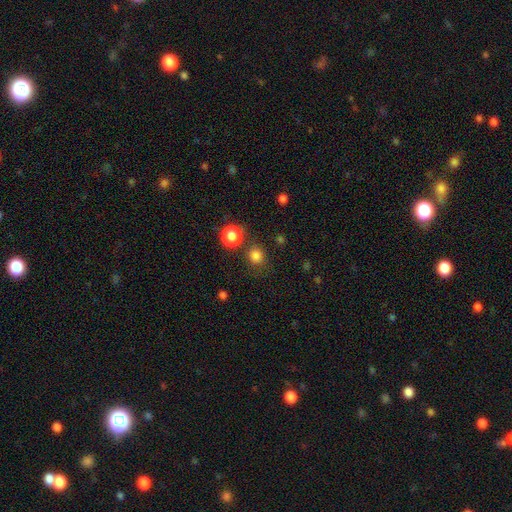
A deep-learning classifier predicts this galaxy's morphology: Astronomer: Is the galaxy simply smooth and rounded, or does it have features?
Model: smooth — 81%.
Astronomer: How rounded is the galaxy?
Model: round — 87%.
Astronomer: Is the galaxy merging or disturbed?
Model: none — 80%.